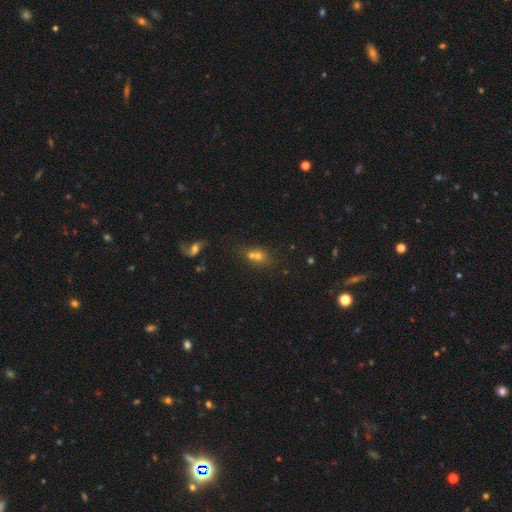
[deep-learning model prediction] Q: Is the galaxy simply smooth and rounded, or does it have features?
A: smooth — 58%.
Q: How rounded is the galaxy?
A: round — 55%.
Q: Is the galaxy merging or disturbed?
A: merger — 50%.